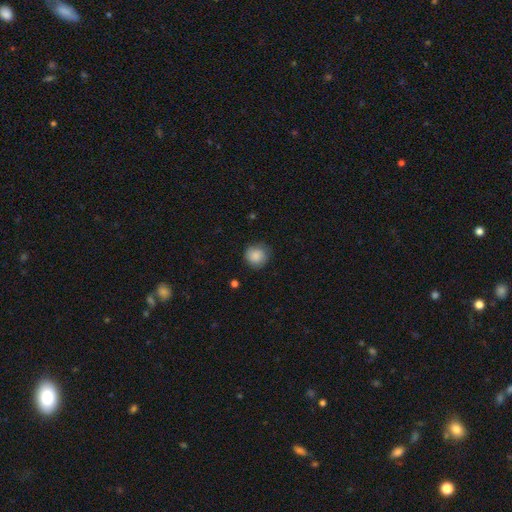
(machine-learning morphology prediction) This is clearly a smooth galaxy (85%). How rounded: clearly round (90%). Merging: likely none (77%).